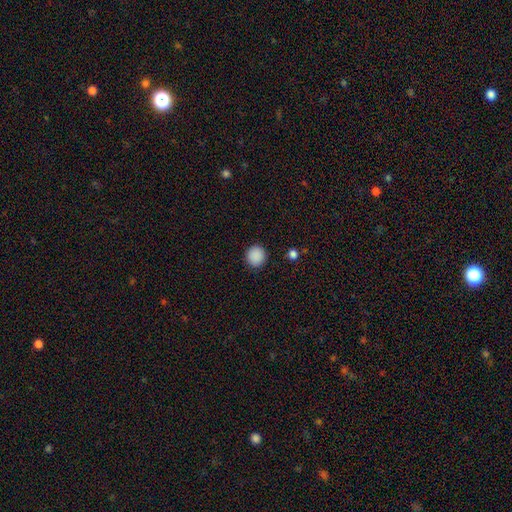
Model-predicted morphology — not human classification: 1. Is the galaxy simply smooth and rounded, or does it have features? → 89% smooth, 9% star or artifact, 2% featured or disk.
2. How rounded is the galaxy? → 92% round, 7% in between, 1% cigar-shaped.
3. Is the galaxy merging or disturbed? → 92% none, 5% minor disturbance, 2% major disturbance, 1% merger.